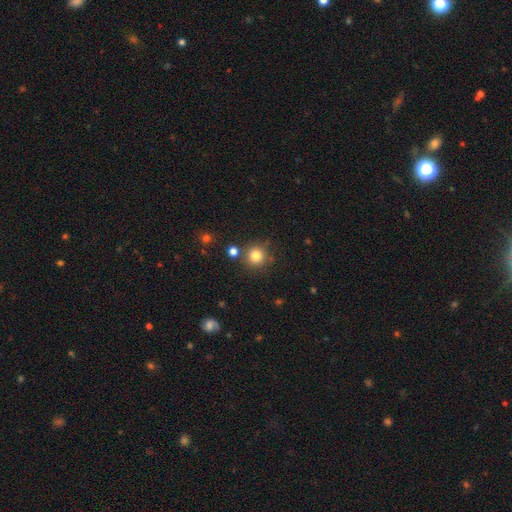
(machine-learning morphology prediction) Overall: smooth (81%). How rounded: round (93%). Merging: none (80%).